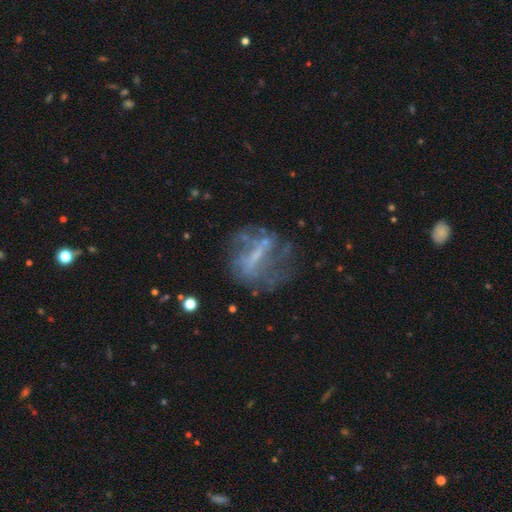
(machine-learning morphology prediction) This appears to be a featured or disk galaxy (69%) with a strong bar (39%), spiral arms (52%) and no central bulge (40%). Merging: none (54%).